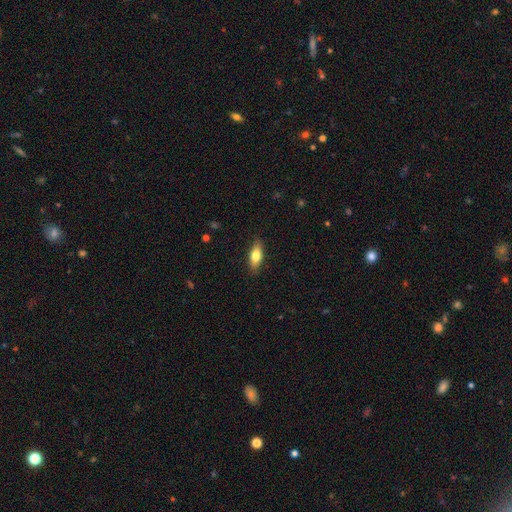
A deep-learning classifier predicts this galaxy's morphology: Overall: smooth (71%). How rounded: in between (70%). Merging: none (87%).